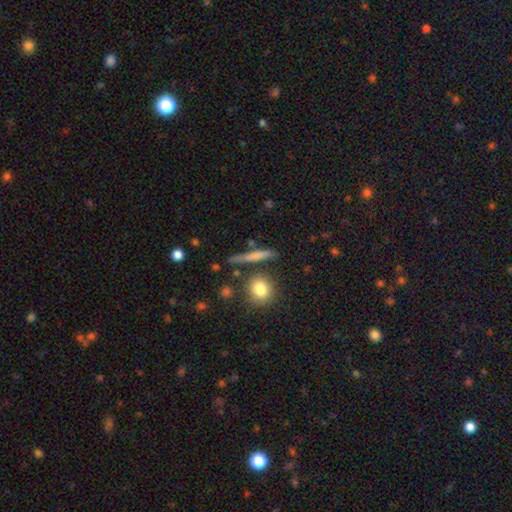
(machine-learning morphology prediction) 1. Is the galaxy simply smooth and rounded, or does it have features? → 66% smooth, 25% featured or disk, 9% star or artifact.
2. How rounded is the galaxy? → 79% cigar-shaped, 11% round, 10% in between.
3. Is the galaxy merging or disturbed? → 76% none, 13% minor disturbance, 7% merger, 4% major disturbance.